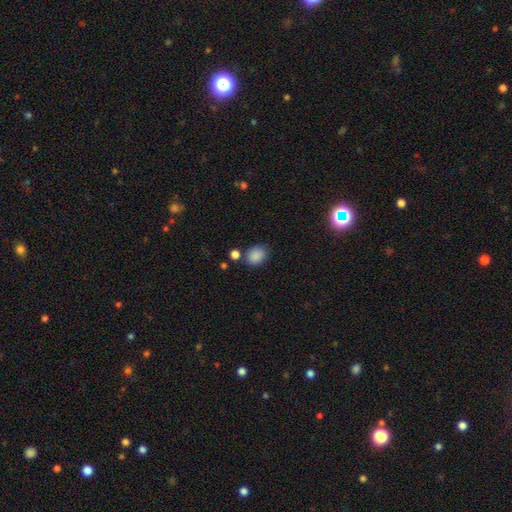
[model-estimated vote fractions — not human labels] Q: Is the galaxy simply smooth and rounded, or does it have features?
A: smooth — 87%.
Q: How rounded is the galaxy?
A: in between — 57%.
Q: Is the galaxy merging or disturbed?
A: none — 73%.